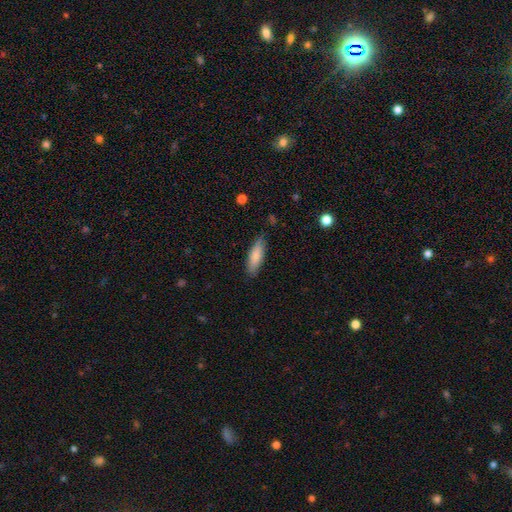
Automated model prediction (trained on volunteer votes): Q: Smooth or featured?
A: smooth (84%); runner-up: featured or disk (10%)
Q: How rounded?
A: cigar-shaped (52%); runner-up: in between (47%)
Q: Merging?
A: none (83%); runner-up: minor disturbance (14%)